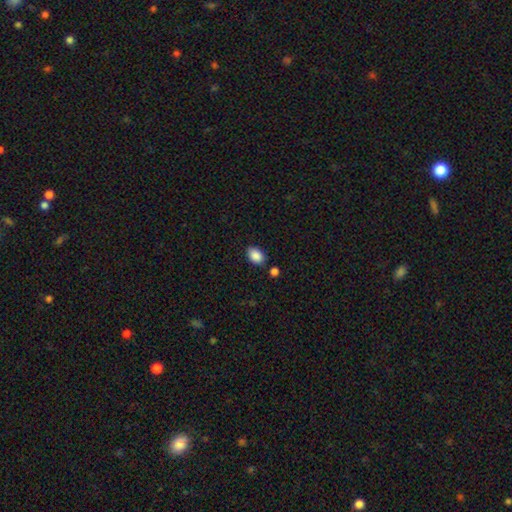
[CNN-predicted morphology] Overall: smooth (88%). How rounded: in between (84%). Merging: none (79%).